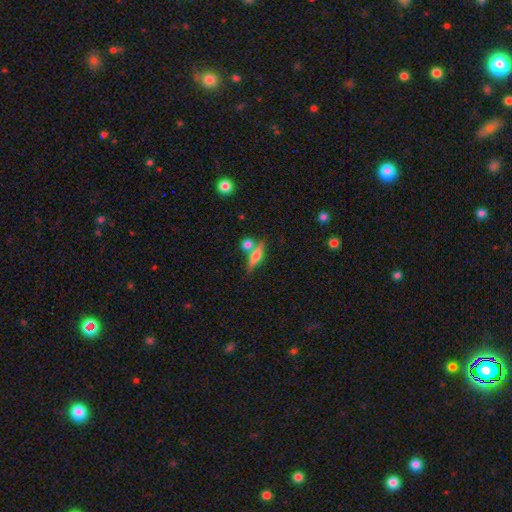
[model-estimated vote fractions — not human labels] A smooth galaxy with no disk features (48%).

Vote fractions:
- Smooth or featured? smooth: 48% / featured or disk: 44% / star or artifact: 8%
- Merging? none: 64% / merger: 21% / minor disturbance: 12% / major disturbance: 4%